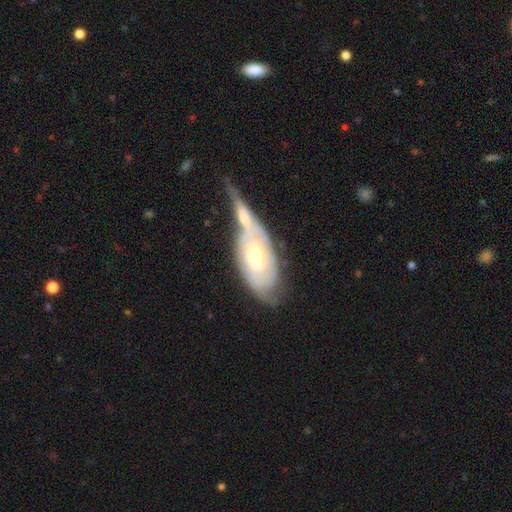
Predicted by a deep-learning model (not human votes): Smooth or featured? featured or disk (69%)
Edge-on disk? no (88%)
Bar? no (58%)
Spiral arms? yes (80%)
Bulge size? moderate (56%)
Merging? merger (47%)